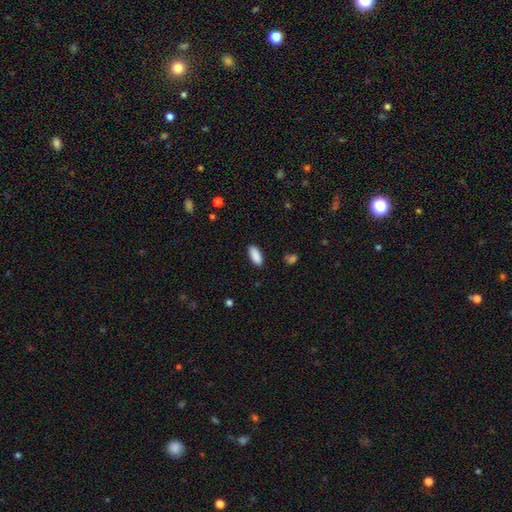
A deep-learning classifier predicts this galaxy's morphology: smooth_or_featured: smooth (p=0.90) [alt: star or artifact p=0.07]
how_rounded: in between (p=0.79) [alt: cigar-shaped p=0.19]
merging: none (p=0.87) [alt: minor disturbance p=0.10]